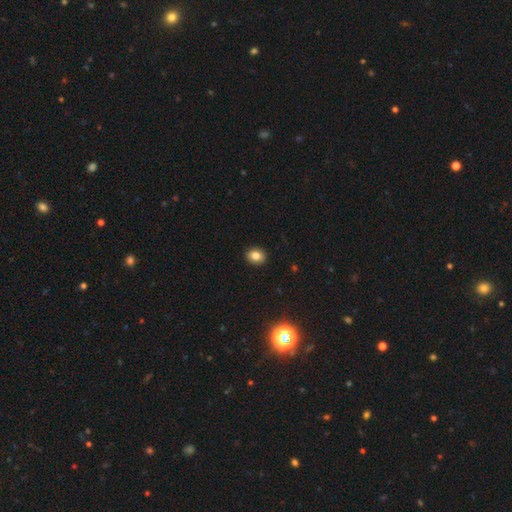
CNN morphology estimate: Smooth or featured? smooth (82%)
How rounded? round (52%)
Merging? none (91%)